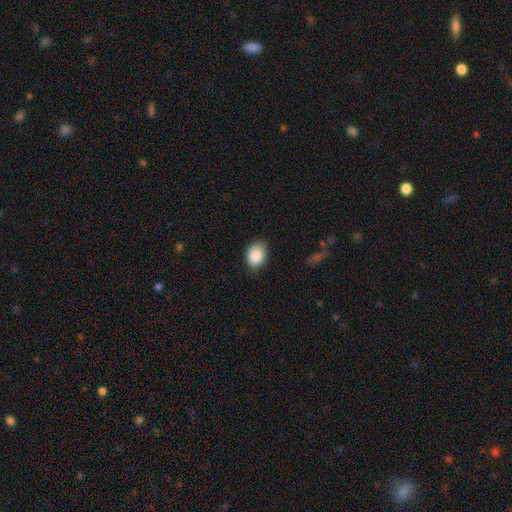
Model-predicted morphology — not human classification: Smooth or featured? Predicted: smooth (p=0.88). How rounded? Predicted: in between (p=0.74). Merging? Predicted: none (p=0.79).